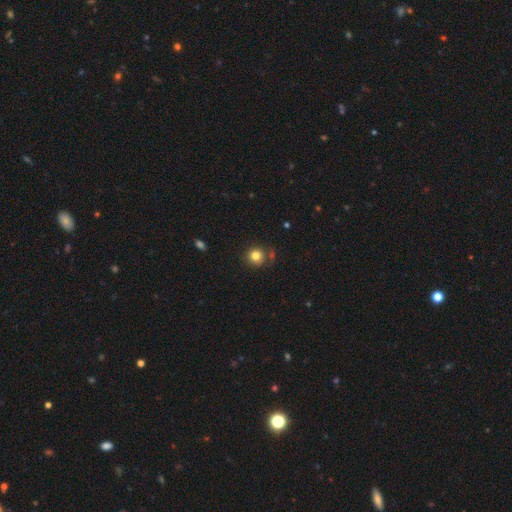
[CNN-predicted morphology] Smooth or featured? Predicted: smooth (p=0.81). How rounded? Predicted: round (p=0.91). Merging? Predicted: none (p=0.76).